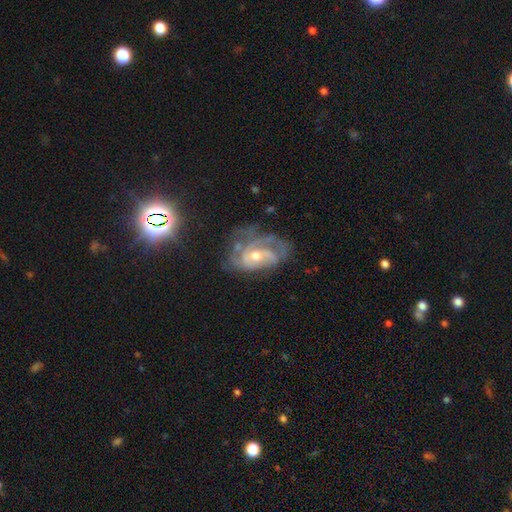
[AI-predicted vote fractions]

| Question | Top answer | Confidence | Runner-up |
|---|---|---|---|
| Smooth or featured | featured or disk | 79% | smooth (11%) |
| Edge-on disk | no | 96% | yes (4%) |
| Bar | no | 66% | weak (27%) |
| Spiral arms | yes | 86% | no (14%) |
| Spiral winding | tight | 47% | medium (39%) |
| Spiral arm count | can't tell | 38% | 2 (29%) |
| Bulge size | moderate | 57% | small (38%) |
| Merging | none | 47% | minor disturbance (25%) |